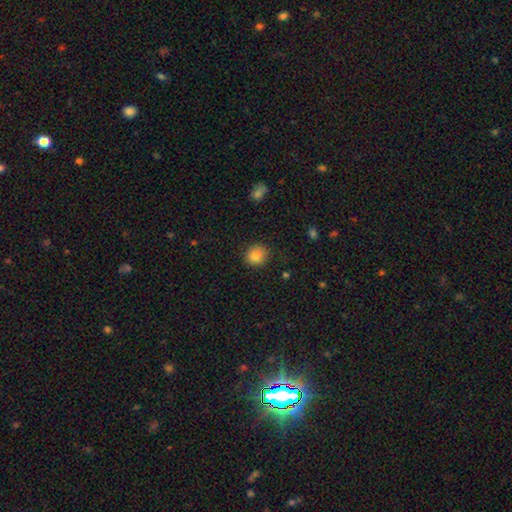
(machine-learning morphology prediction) A smooth galaxy with no disk features (85%) that is round (86%).

Vote fractions:
- Smooth or featured? smooth: 85% / star or artifact: 10% / featured or disk: 5%
- How rounded? round: 86% / in between: 13% / cigar-shaped: 1%
- Merging? none: 87% / minor disturbance: 9% / major disturbance: 2% / merger: 1%